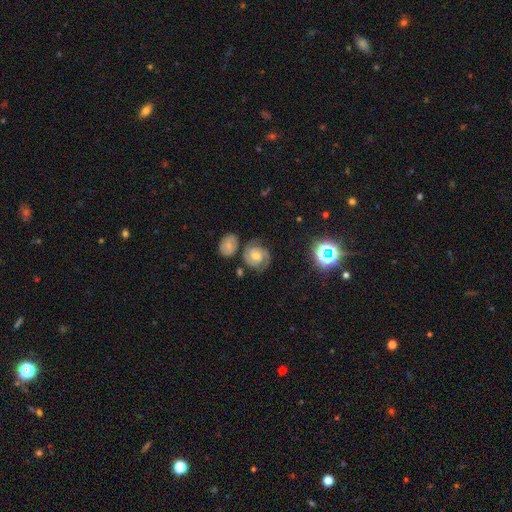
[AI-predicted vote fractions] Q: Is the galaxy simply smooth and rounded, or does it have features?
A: featured or disk — 78%.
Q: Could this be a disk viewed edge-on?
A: no — 97%.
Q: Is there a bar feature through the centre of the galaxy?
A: no — 57%.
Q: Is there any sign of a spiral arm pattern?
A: yes — 96%.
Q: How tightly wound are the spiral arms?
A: tight — 57%.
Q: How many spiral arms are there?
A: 2 — 77%.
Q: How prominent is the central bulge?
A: moderate — 61%.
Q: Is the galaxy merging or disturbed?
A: none — 68%.